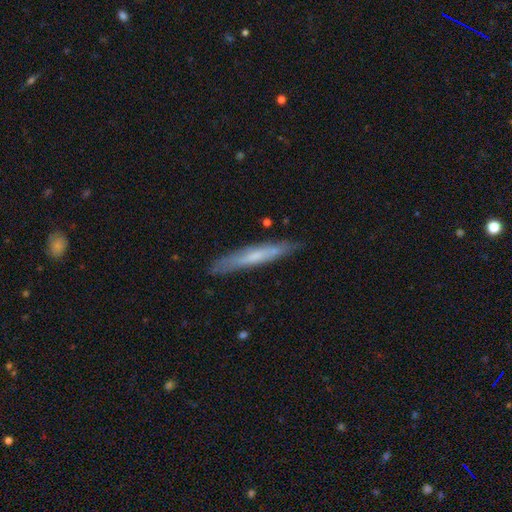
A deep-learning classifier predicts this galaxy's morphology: Smooth or featured: smooth — 51% (featured or disk — 43%)
How rounded: cigar-shaped — 94% (in between — 5%)
Merging: none — 85% (minor disturbance — 12%)